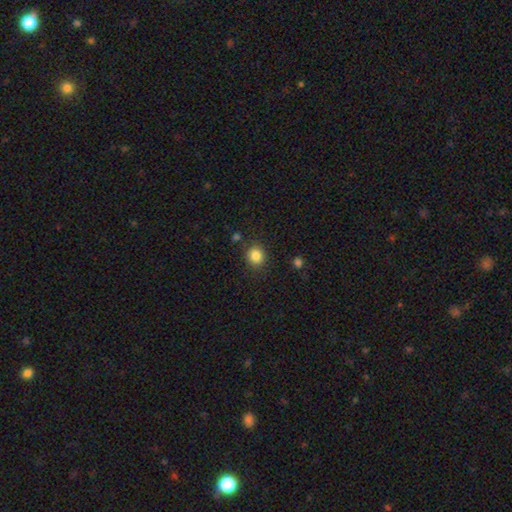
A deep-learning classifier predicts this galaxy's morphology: Smooth or featured? Predicted: smooth (p=0.85). How rounded? Predicted: round (p=0.81). Merging? Predicted: none (p=0.86).